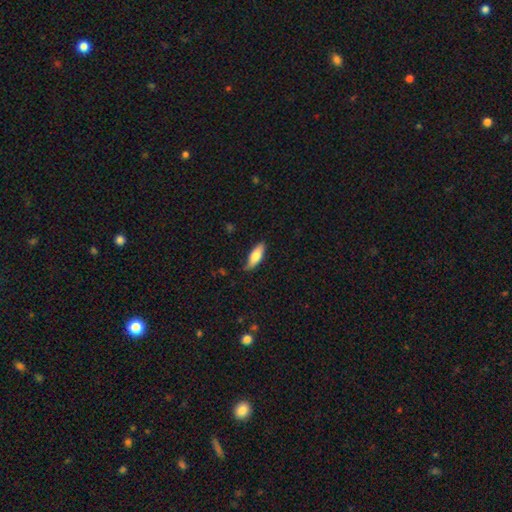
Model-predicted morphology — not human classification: Smooth or featured: smooth — 76% (featured or disk — 19%)
How rounded: in between — 67% (cigar-shaped — 31%)
Merging: none — 77% (minor disturbance — 18%)